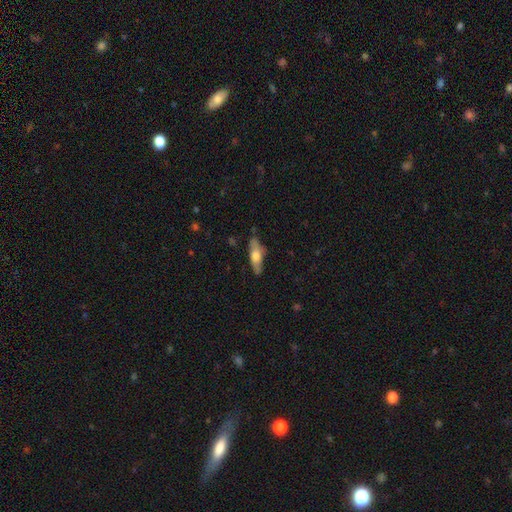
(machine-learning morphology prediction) This is possibly a smooth galaxy (54%). How rounded: possibly in between (53%). Merging: likely none (76%).